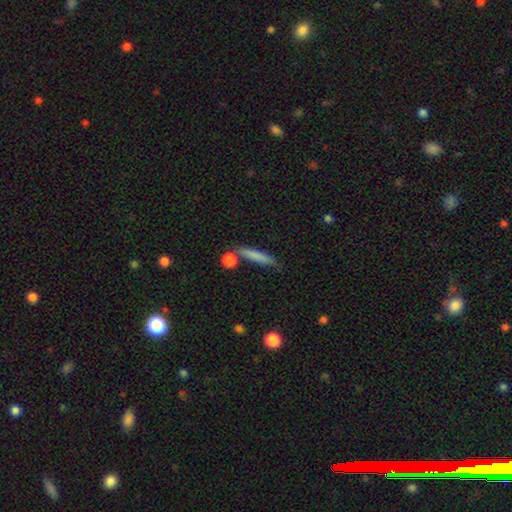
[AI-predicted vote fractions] smooth 73%, featured or disk 20%, star or artifact 7%. Down the decision tree: how rounded — cigar-shaped (90%); merging — none (73%).